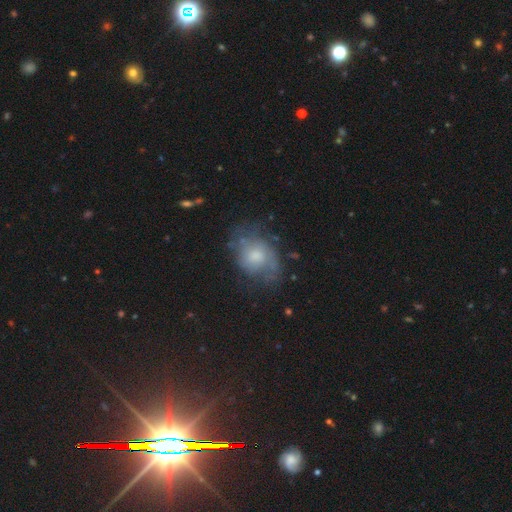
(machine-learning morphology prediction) A featured or disk galaxy (45%, tied with smooth). Merging: none (54%).